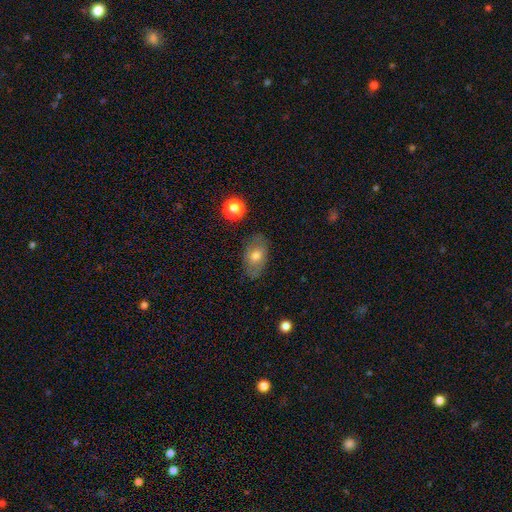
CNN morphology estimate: smooth 63%, featured or disk 28%, star or artifact 9%. Down the decision tree: how rounded — in between (88%); merging — none (79%).